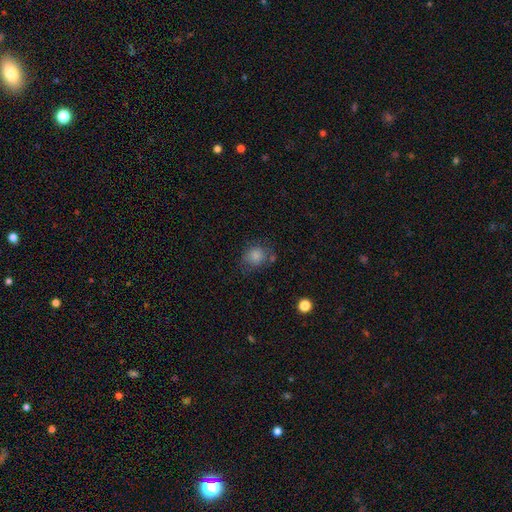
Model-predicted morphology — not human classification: Smooth or featured: smooth — 81% (star or artifact — 10%)
How rounded: round — 73% (in between — 26%)
Merging: none — 63% (minor disturbance — 22%)